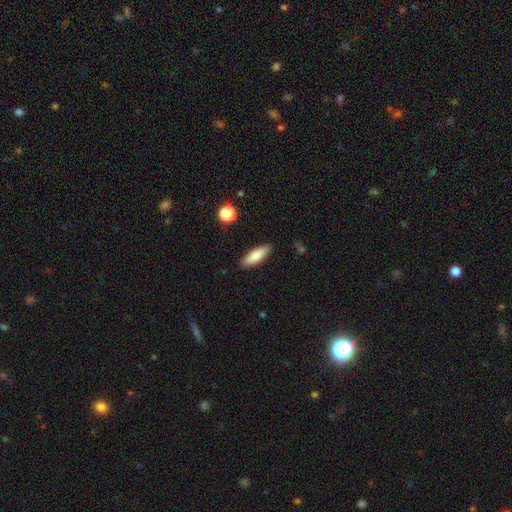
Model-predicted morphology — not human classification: This appears to be a smooth galaxy with no disk features (78%) that is in between round and cigar-shaped (51%). Merging: none (87%).